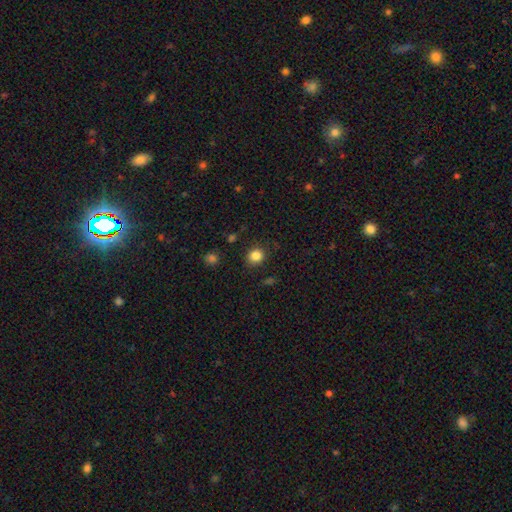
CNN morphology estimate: Smooth or featured: smooth — 84% (star or artifact — 11%)
How rounded: round — 80% (in between — 19%)
Merging: none — 87% (minor disturbance — 8%)